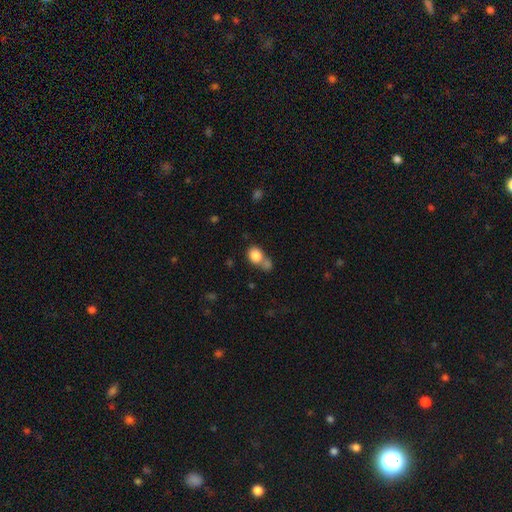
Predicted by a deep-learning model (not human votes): A smooth galaxy with no disk features (84%) that is round (64%).

Vote fractions:
- Smooth or featured? smooth: 84% / star or artifact: 9% / featured or disk: 7%
- How rounded? round: 64% / in between: 35% / cigar-shaped: 1%
- Merging? merger: 44% / none: 40% / minor disturbance: 11% / major disturbance: 5%